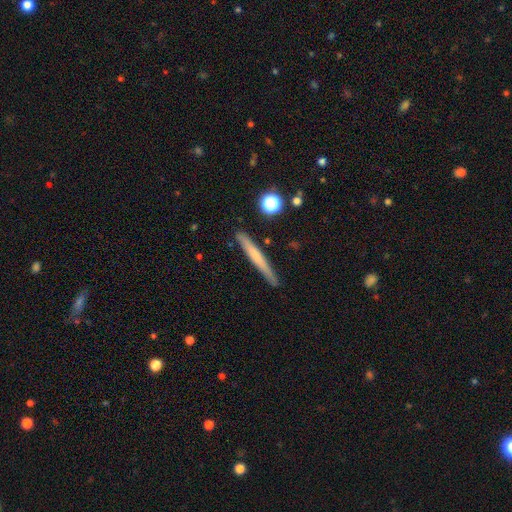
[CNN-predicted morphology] smooth 55%, featured or disk 39%, star or artifact 7%. Down the decision tree: how rounded — cigar-shaped (96%); merging — none (86%).